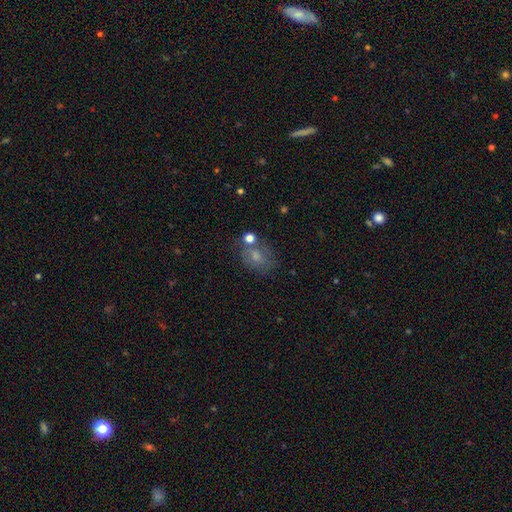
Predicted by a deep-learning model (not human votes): Smooth or featured?
  - smooth: 49% *
  - featured or disk: 26%
  - star or artifact: 25%
Merging?
  - none: 62% *
  - minor disturbance: 17%
  - merger: 12%
  - major disturbance: 8%